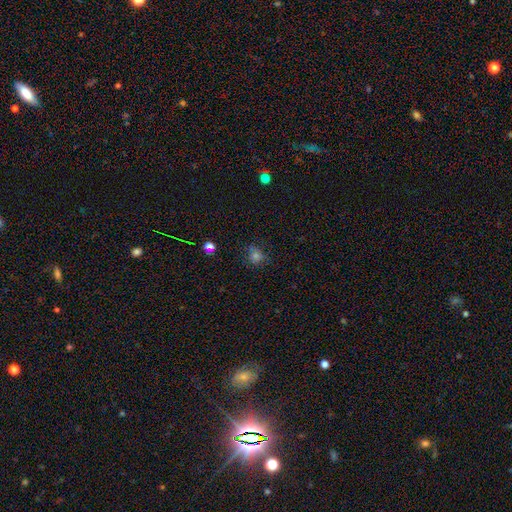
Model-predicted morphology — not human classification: Smooth or featured? Predicted: smooth (p=0.62). How rounded? Predicted: round (p=0.83). Merging? Predicted: none (p=0.74).